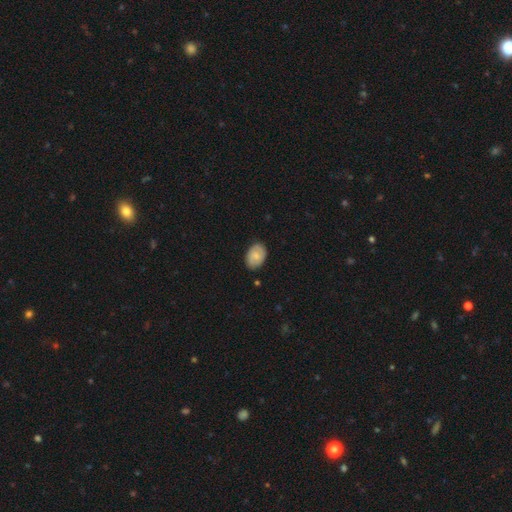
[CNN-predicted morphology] A smooth galaxy with no disk features (59%) that is in between round and cigar-shaped (84%).

Vote fractions:
- Smooth or featured? smooth: 59% / featured or disk: 34% / star or artifact: 7%
- How rounded? in between: 84% / round: 15% / cigar-shaped: 1%
- Merging? none: 82% / minor disturbance: 14% / major disturbance: 3% / merger: 1%